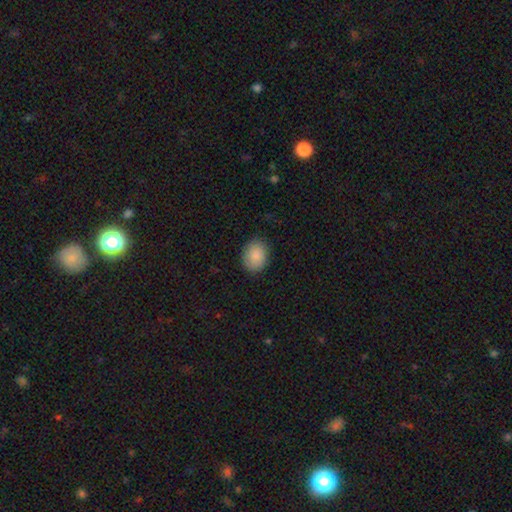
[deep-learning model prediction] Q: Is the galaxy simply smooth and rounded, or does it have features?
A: smooth — 88%.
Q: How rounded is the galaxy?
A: in between — 57%.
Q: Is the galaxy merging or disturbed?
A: none — 86%.